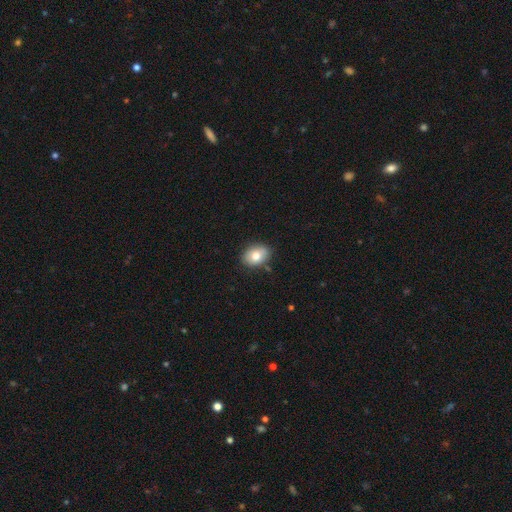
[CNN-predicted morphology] Overall: smooth (79%). How rounded: in between (73%). Merging: none (84%).